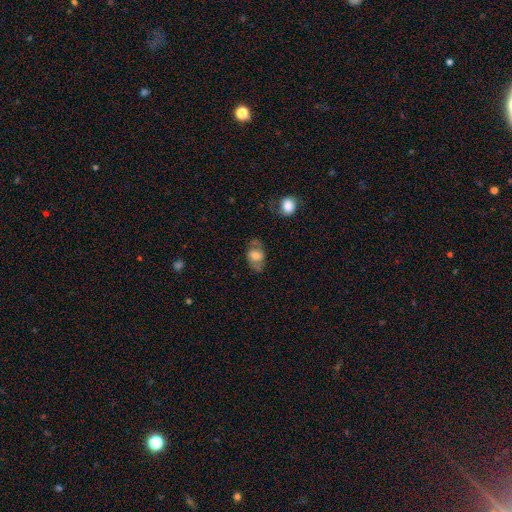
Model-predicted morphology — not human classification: A smooth galaxy with no disk features (56%) that is in between round and cigar-shaped (74%). Merging: none (57%).